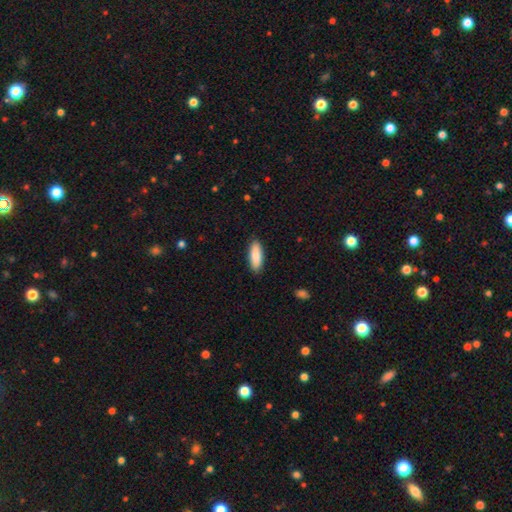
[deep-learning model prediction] smooth-or-featured: smooth: 84% | featured or disk: 10% | star or artifact: 6%
  how-rounded: in between: 70% | cigar-shaped: 29% | round: 2%
  merging: none: 88% | minor disturbance: 9% | major disturbance: 2% | merger: 1%